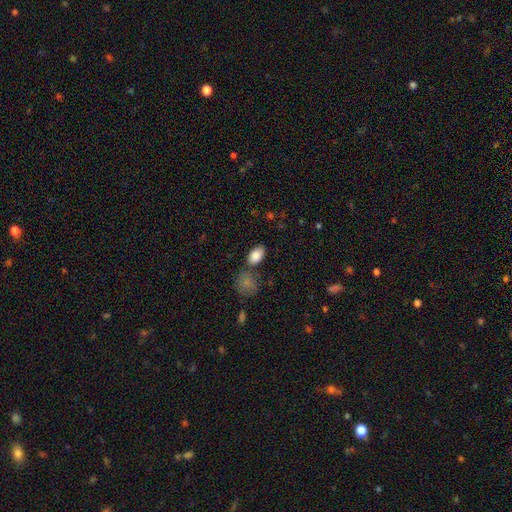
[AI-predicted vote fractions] This appears to be a smooth galaxy with no disk features (86%) that is in between round and cigar-shaped (92%). Merging: none (70%).